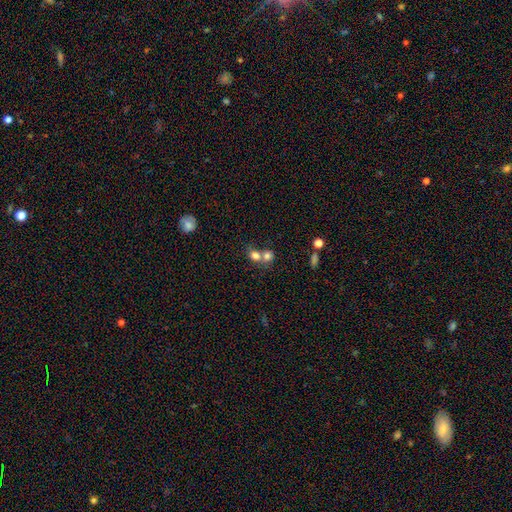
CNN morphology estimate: Smooth or featured: smooth — 77% (featured or disk — 12%)
How rounded: round — 65% (in between — 34%)
Merging: merger — 61% (none — 30%)